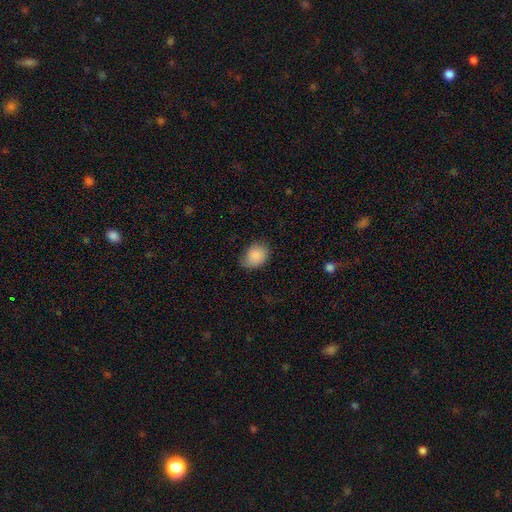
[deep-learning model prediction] smooth 87%, star or artifact 7%, featured or disk 6%. Down the decision tree: how rounded — in between (63%); merging — none (67%).